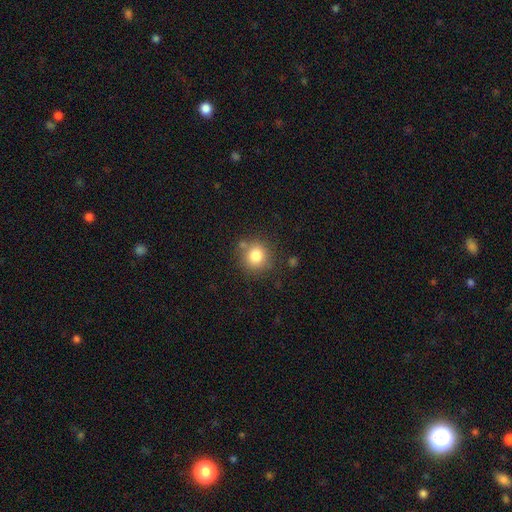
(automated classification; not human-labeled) A smooth galaxy with no disk features (81%) that is round (89%).

Vote fractions:
- Smooth or featured? smooth: 81% / star or artifact: 11% / featured or disk: 8%
- How rounded? round: 89% / in between: 10% / cigar-shaped: 1%
- Merging? none: 78% / minor disturbance: 12% / merger: 7% / major disturbance: 4%